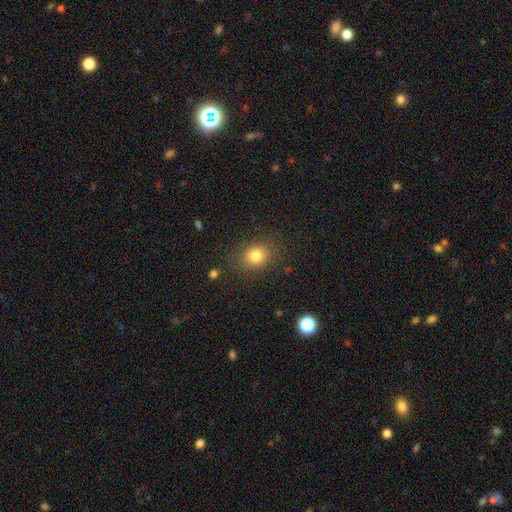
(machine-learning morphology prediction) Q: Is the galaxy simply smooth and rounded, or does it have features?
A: smooth — 81%.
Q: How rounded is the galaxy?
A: round — 64%.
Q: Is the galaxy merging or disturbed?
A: none — 83%.